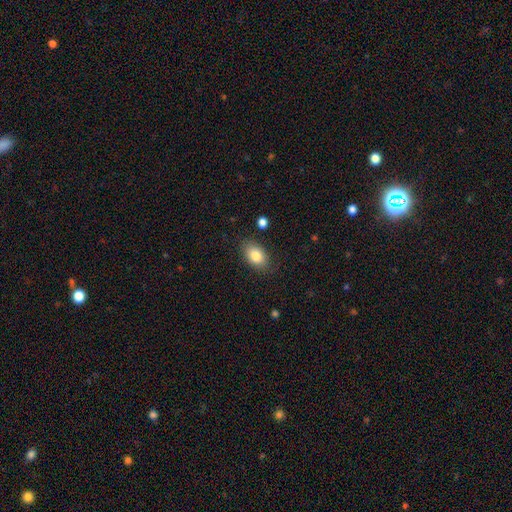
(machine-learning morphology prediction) smooth 83%, featured or disk 9%, star or artifact 8%. Down the decision tree: how rounded — in between (87%); merging — none (83%).